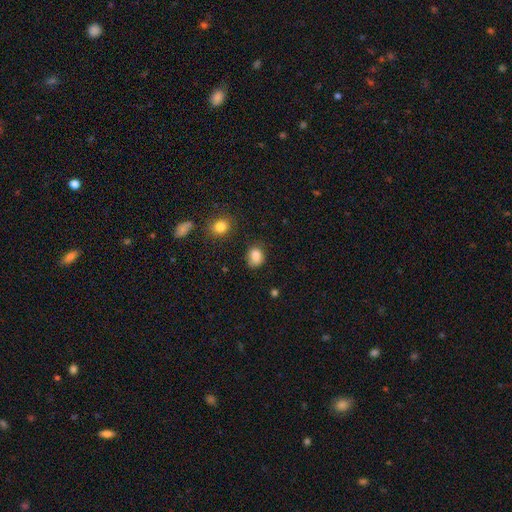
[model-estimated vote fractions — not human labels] This appears to be a smooth galaxy with no disk features (85%) that is round (50%). Merging: none (71%).